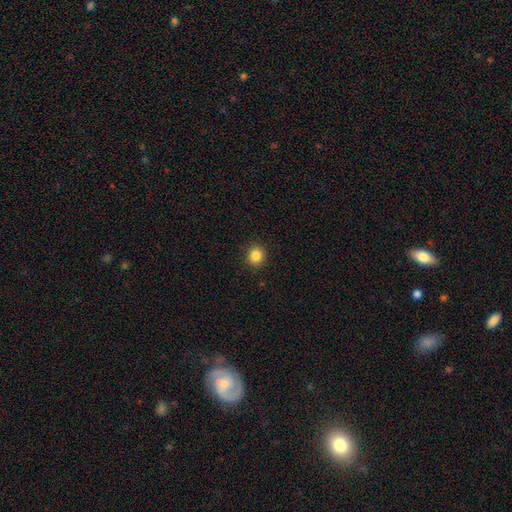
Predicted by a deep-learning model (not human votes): Smooth or featured: smooth — 85% (star or artifact — 11%)
How rounded: round — 87% (in between — 12%)
Merging: none — 91% (minor disturbance — 6%)